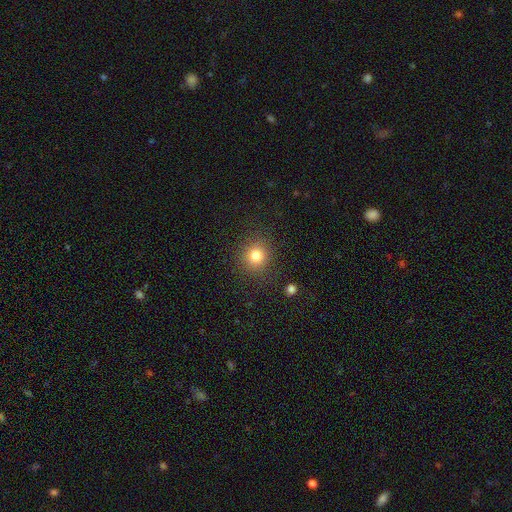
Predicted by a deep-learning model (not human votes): A smooth galaxy with no disk features (80%) that is round (88%).

Vote fractions:
- Smooth or featured? smooth: 80% / star or artifact: 13% / featured or disk: 7%
- How rounded? round: 88% / in between: 11% / cigar-shaped: 1%
- Merging? none: 87% / minor disturbance: 8% / major disturbance: 3% / merger: 2%